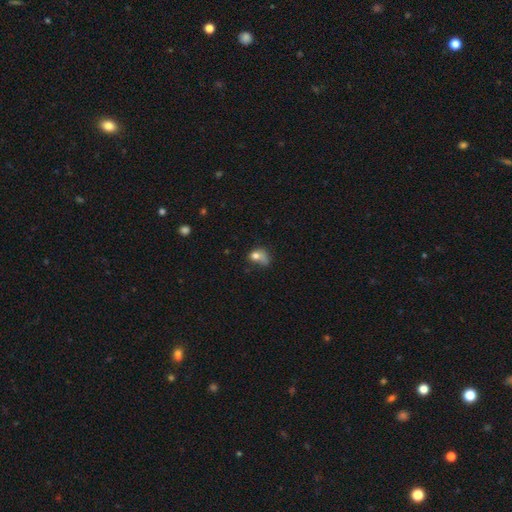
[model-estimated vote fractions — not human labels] smooth-or-featured: smooth: 71% | featured or disk: 17% | star or artifact: 12%
  how-rounded: in between: 51% | round: 47% | cigar-shaped: 2%
  merging: major disturbance: 36% | none: 26% | minor disturbance: 25% | merger: 13%